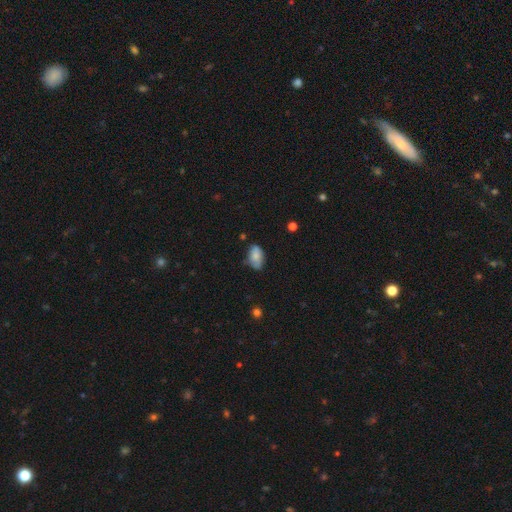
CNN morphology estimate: Q: Smooth or featured?
A: smooth (81%); runner-up: featured or disk (12%)
Q: How rounded?
A: in between (93%); runner-up: round (5%)
Q: Merging?
A: none (62%); runner-up: minor disturbance (30%)